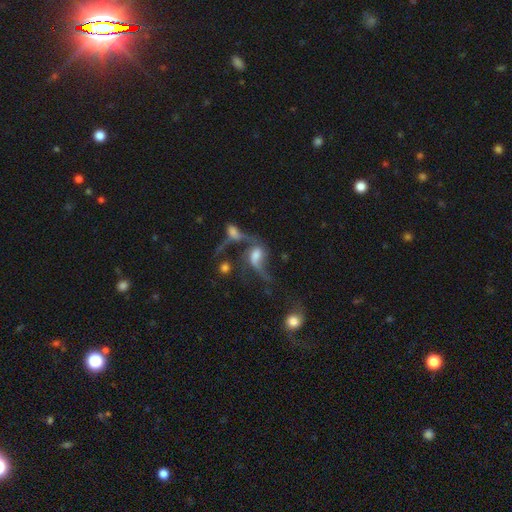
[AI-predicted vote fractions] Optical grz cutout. It shows a featured or disk galaxy (65%) with no bar (43%), 2 (74%) loose (81%) spiral arms (83%) and a moderate central bulge (41%). Merging: merger (42%).